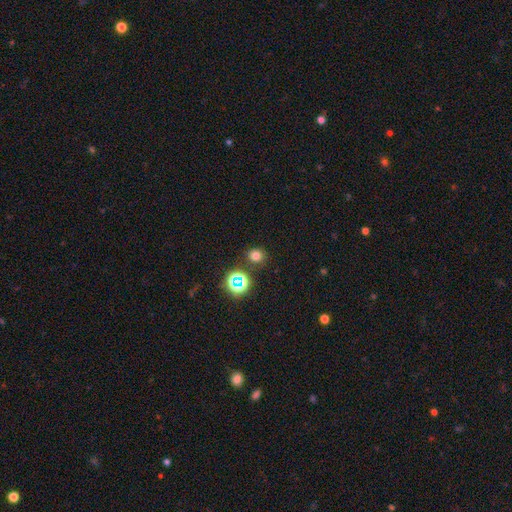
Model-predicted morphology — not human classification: smooth 73%, star or artifact 22%, featured or disk 5%. Down the decision tree: how rounded — round (84%); merging — none (86%).